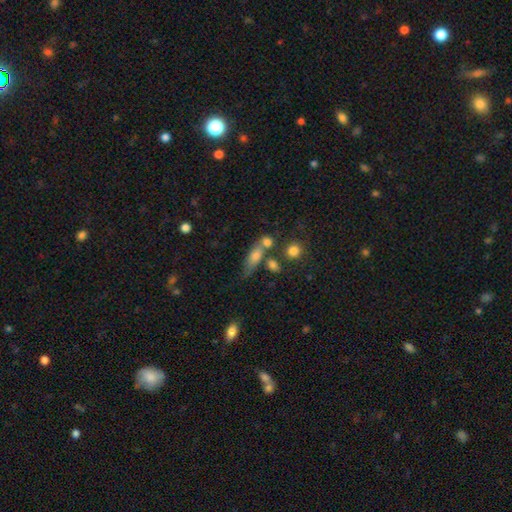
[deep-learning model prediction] smooth 66%, featured or disk 23%, star or artifact 11%. Down the decision tree: how rounded — in between (61%); merging — none (45%).